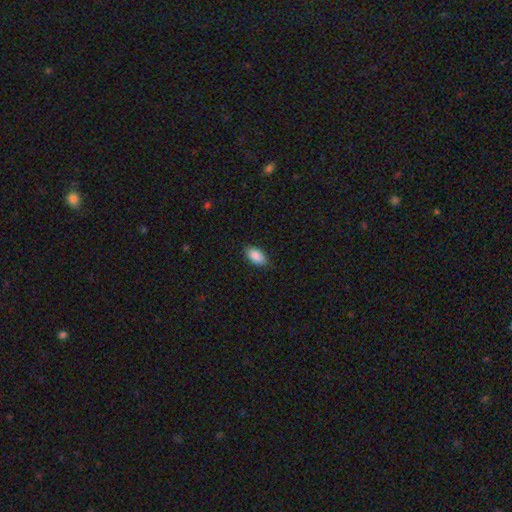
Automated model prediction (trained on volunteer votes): The model was most divided on "merging": none: 84%, minor disturbance: 12%, major disturbance: 2%, merger: 1%. More confident: how rounded — in between (93%); smooth or featured — smooth (89%).